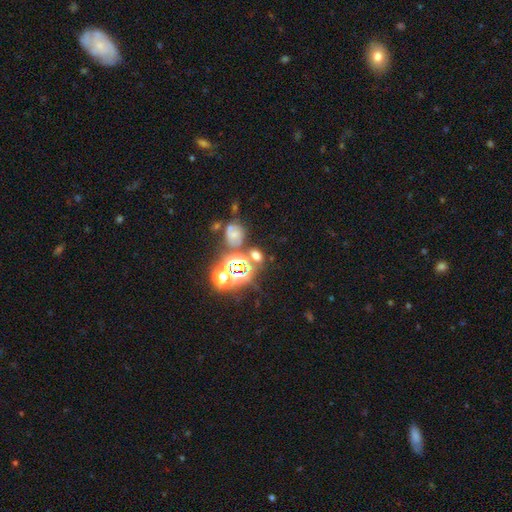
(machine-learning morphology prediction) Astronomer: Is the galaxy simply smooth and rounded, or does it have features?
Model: smooth — 45% (runner-up: star or artifact, 41%).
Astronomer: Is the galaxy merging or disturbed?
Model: none — 60%.